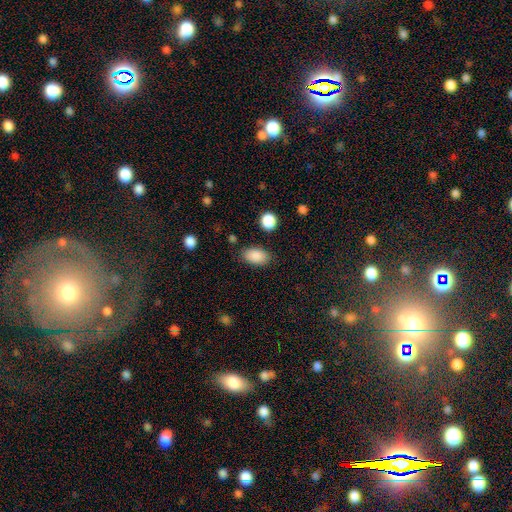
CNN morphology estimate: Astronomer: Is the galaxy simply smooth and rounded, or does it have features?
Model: smooth — 88%.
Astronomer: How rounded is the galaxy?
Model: in between — 92%.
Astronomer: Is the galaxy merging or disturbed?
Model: none — 83%.